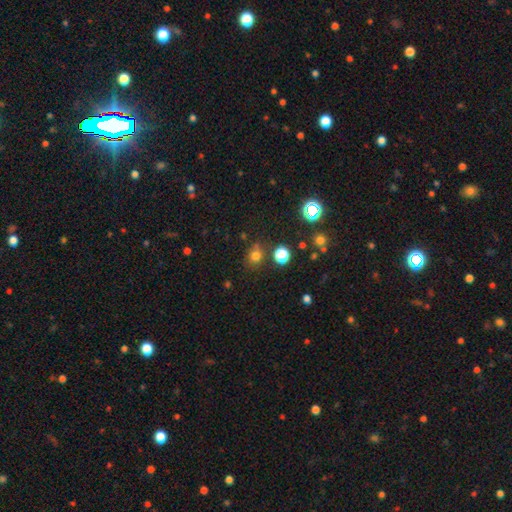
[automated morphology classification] This appears to be a smooth galaxy with no disk features (70%) that is round (78%). Merging: none (72%).